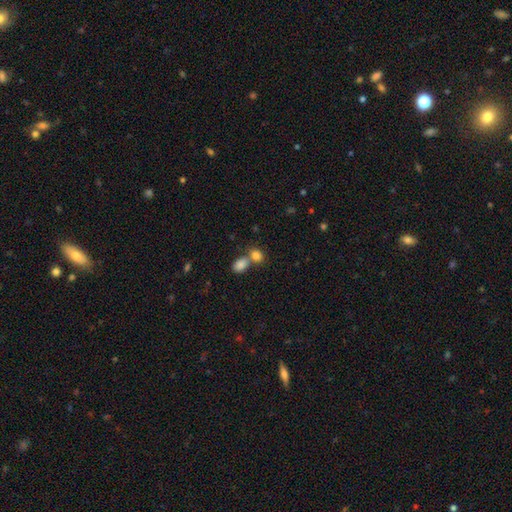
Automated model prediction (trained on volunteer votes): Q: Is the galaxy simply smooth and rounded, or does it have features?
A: smooth — 83%.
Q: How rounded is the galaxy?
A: in between — 64%.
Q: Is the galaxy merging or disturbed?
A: merger — 51%.